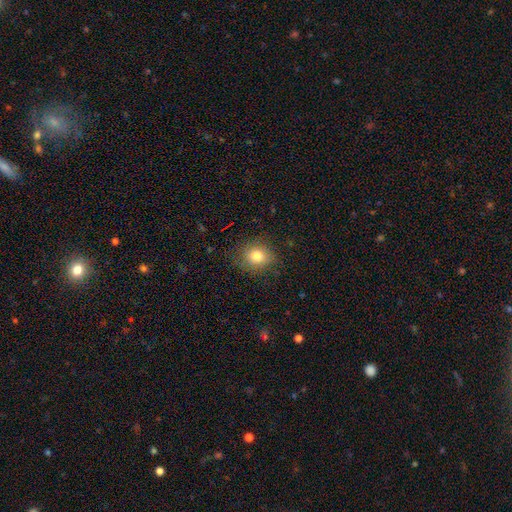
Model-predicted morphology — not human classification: smooth 80%, star or artifact 12%, featured or disk 9%. Down the decision tree: how rounded — round (73%); merging — none (82%).